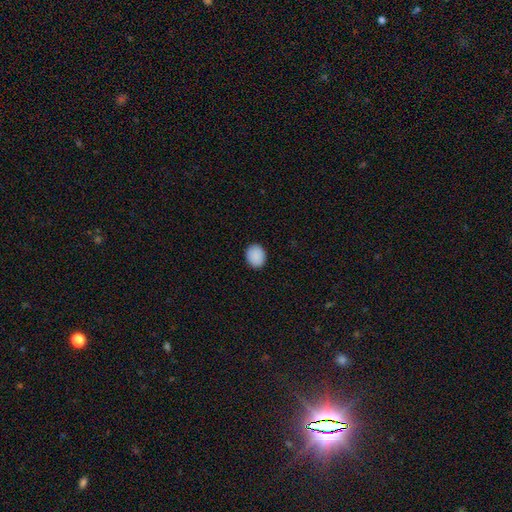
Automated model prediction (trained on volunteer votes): Overall: smooth (90%). How rounded: round (64%; in between 35%). Merging: none (91%).